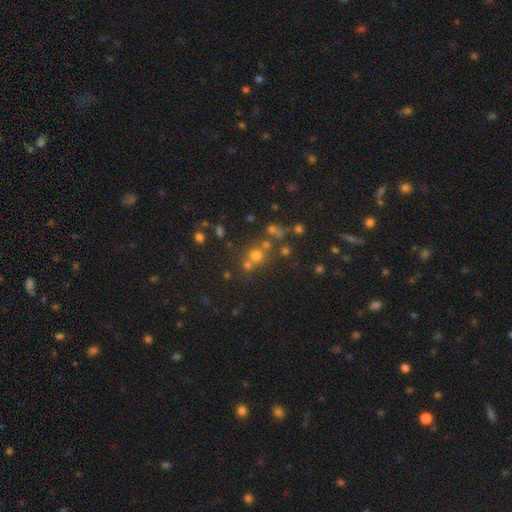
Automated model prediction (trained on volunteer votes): Smooth or featured?
  - star or artifact: 42% *
  - smooth: 41%
  - featured or disk: 17%